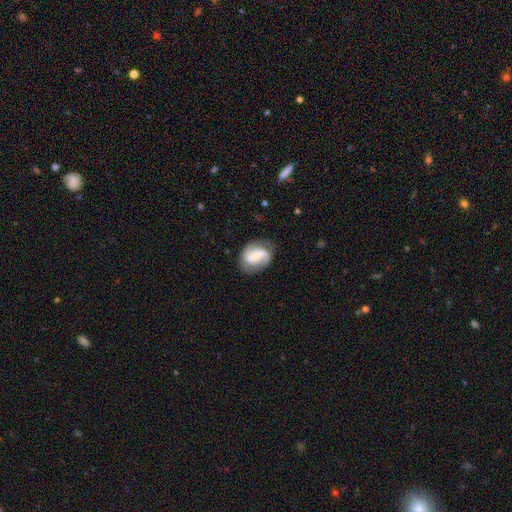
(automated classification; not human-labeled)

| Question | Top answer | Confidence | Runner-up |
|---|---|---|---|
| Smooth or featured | featured or disk | 65% | smooth (28%) |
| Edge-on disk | no | 98% | yes (2%) |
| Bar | weak | 42% | strong (31%) |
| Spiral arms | yes | 90% | no (10%) |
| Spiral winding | loose | 43% | medium (39%) |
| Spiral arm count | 2 | 81% | 1 (10%) |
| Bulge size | small | 34% | none (29%) |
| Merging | none | 68% | minor disturbance (21%) |